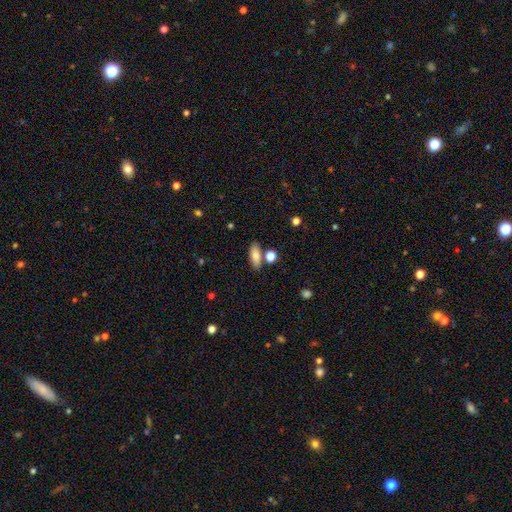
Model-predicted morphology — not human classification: A smooth galaxy with no disk features (79%) that is in between round and cigar-shaped (69%). Merging: none (74%).